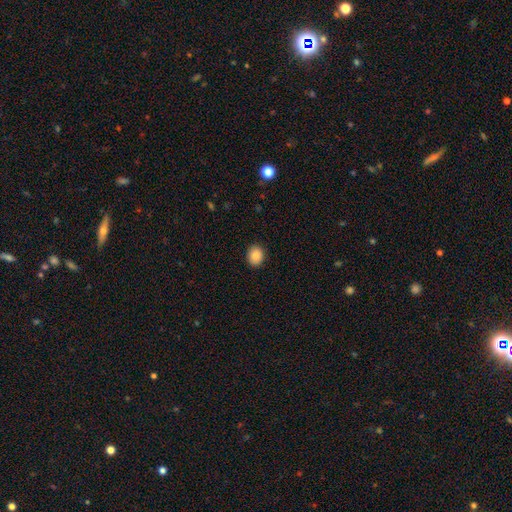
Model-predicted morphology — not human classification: Smooth or featured? smooth (87%)
How rounded? round (58%)
Merging? none (90%)